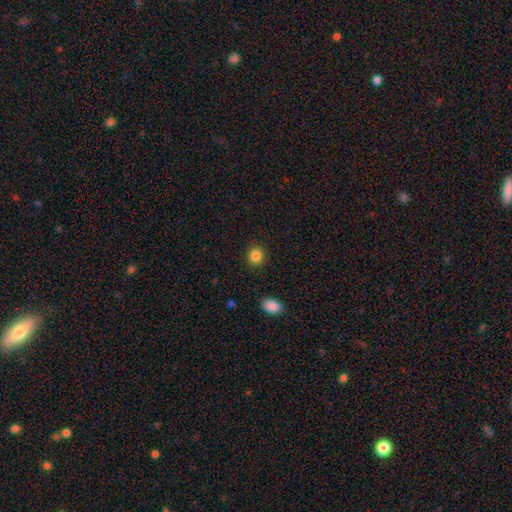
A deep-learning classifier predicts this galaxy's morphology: smooth_or_featured: smooth (p=0.86) [alt: star or artifact p=0.10]
how_rounded: round (p=0.76) [alt: in between p=0.24]
merging: none (p=0.90) [alt: minor disturbance p=0.07]